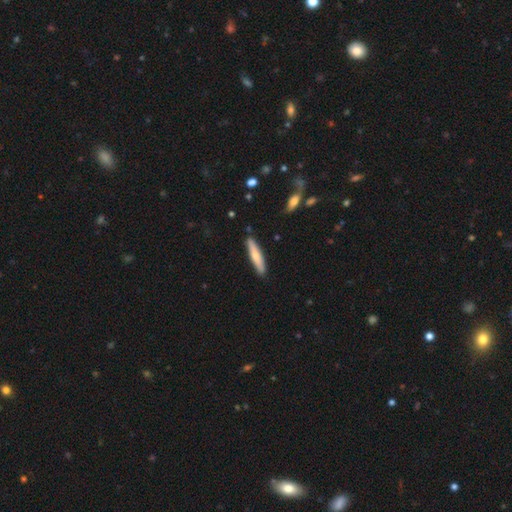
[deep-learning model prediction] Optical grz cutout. It shows a smooth galaxy with no disk features (67%) that is cigar-shaped (88%). Merging: none (87%).